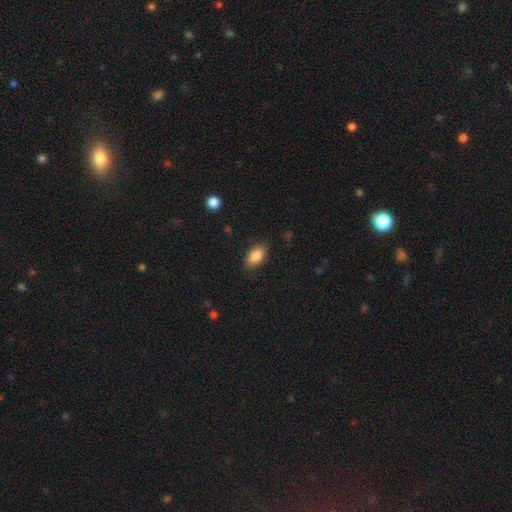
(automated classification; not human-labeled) Smooth or featured: smooth — 87% (star or artifact — 7%)
How rounded: in between — 92% (round — 6%)
Merging: none — 85% (minor disturbance — 11%)